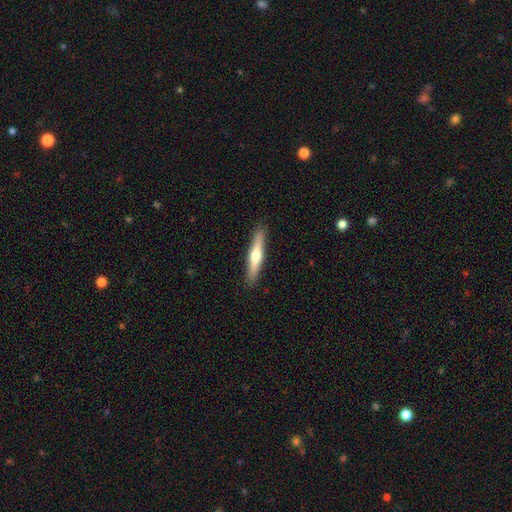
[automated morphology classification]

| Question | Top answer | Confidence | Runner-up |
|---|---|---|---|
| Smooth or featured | featured or disk | 52% | smooth (43%) |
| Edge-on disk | yes | 96% | no (4%) |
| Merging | none | 90% | minor disturbance (7%) |